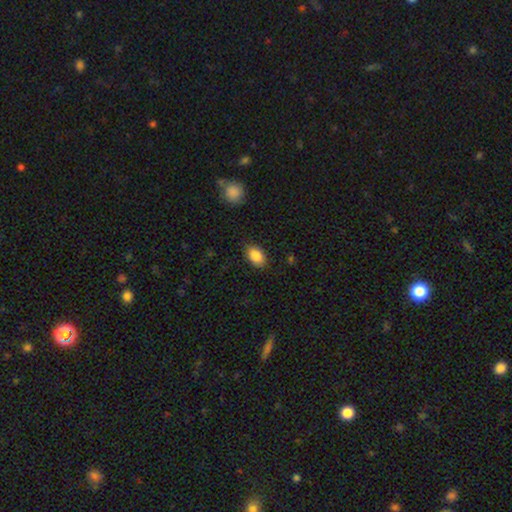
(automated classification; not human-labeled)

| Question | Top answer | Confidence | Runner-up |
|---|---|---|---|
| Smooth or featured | smooth | 88% | star or artifact (7%) |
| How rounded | in between | 89% | round (10%) |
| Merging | none | 84% | minor disturbance (12%) |